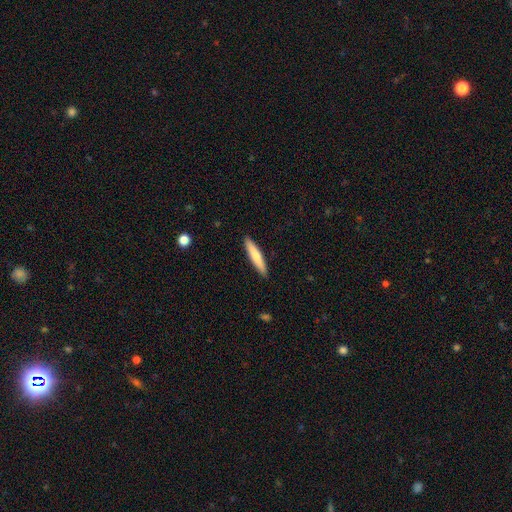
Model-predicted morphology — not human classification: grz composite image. It shows a smooth galaxy with no disk features (70%) that is cigar-shaped (89%). Merging: none (90%).